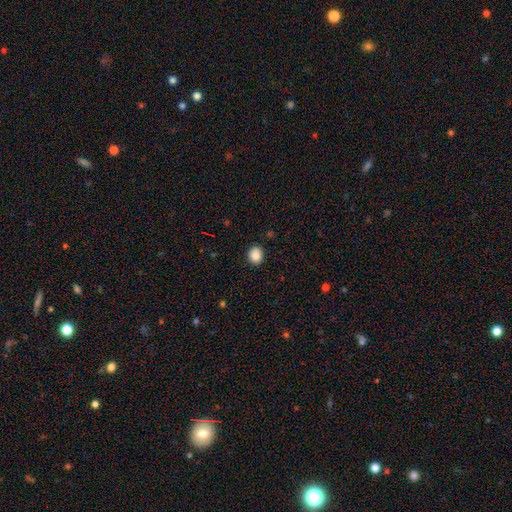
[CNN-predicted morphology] Q: Smooth or featured?
A: smooth (87%); runner-up: star or artifact (9%)
Q: How rounded?
A: round (64%); runner-up: in between (35%)
Q: Merging?
A: none (89%); runner-up: minor disturbance (8%)